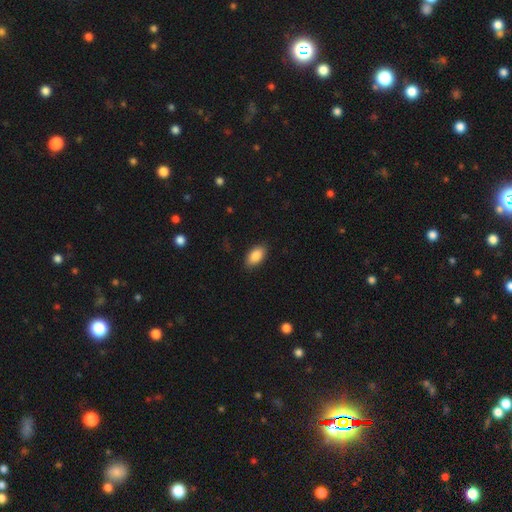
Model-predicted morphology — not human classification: Smooth or featured? Predicted: smooth (p=0.88). How rounded? Predicted: in between (p=0.93). Merging? Predicted: none (p=0.87).